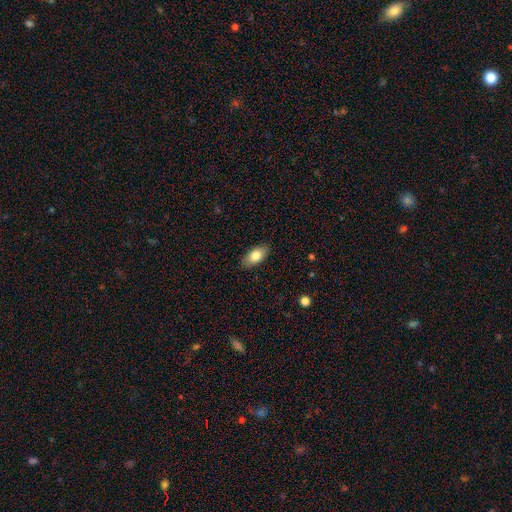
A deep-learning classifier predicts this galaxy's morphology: The model was most divided on "smooth or featured": smooth: 79%, featured or disk: 14%, star or artifact: 7%. More confident: how rounded — in between (90%); merging — none (88%).